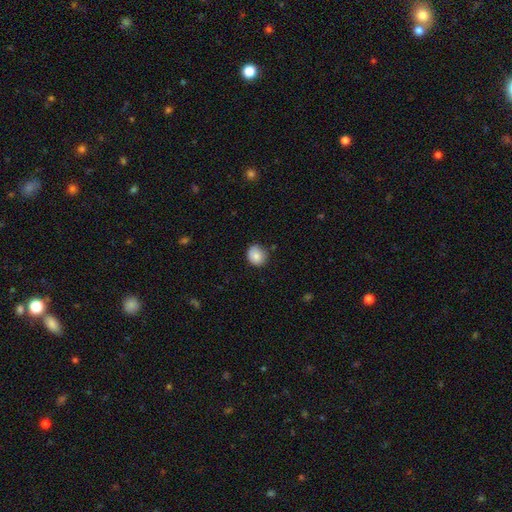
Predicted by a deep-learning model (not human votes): smooth 81%, featured or disk 11%, star or artifact 8%. Down the decision tree: how rounded — round (73%); merging — none (74%).